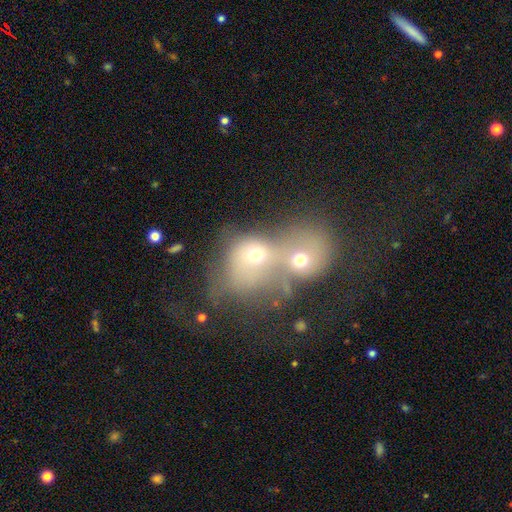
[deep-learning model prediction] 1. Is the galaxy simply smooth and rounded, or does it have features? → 57% smooth, 28% featured or disk, 15% star or artifact.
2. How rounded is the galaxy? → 67% round, 32% in between, 1% cigar-shaped.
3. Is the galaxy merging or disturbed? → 81% merger, 8% none, 7% major disturbance, 4% minor disturbance.